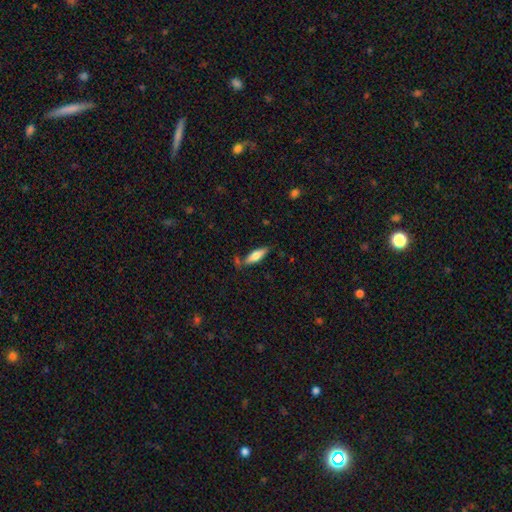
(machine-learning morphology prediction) This appears to be a smooth galaxy with no disk features (65%) that is in between round and cigar-shaped (51%). Merging: none (72%).